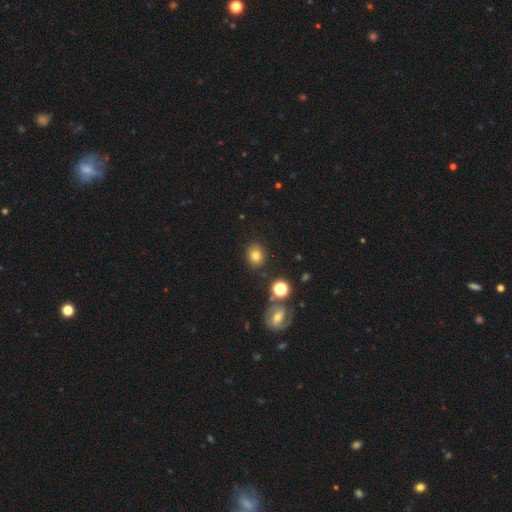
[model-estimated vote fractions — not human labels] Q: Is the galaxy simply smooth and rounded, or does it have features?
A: smooth — 76%.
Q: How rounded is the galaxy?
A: round — 70%.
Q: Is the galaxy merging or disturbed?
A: none — 84%.